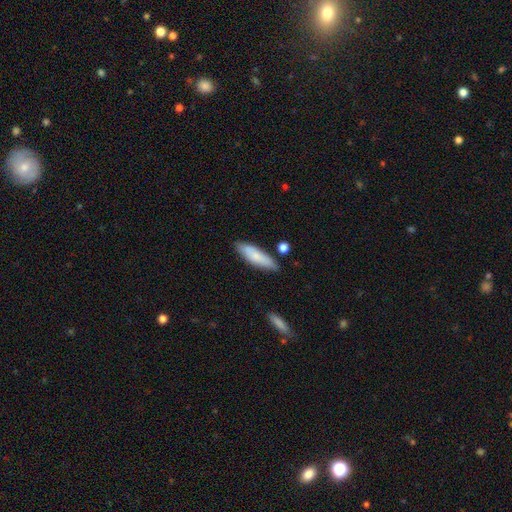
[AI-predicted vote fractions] A smooth galaxy with no disk features (78%) that is cigar-shaped (57%). Merging: none (78%).